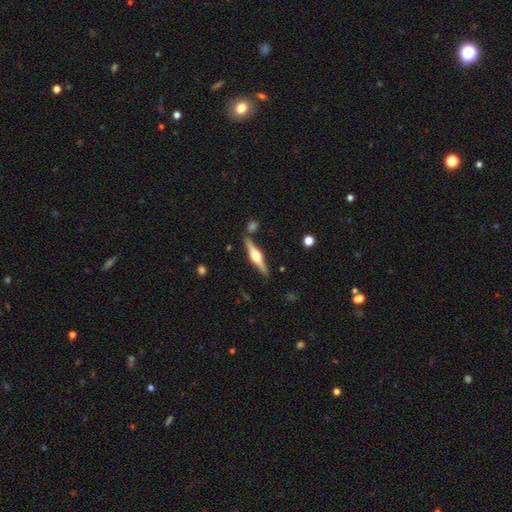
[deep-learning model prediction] Smooth or featured? Predicted: featured or disk (p=0.77). Edge-on disk? Predicted: yes (p=0.98). Edge-on bulge? Predicted: rounded (p=0.94). Merging? Predicted: none (p=0.85).